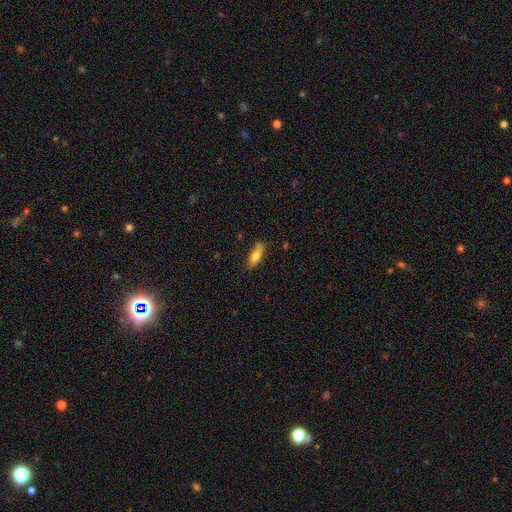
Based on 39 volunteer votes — Smooth or featured: smooth — 82% (featured or disk — 13%)
How rounded: in between — 72% (cigar-shaped — 25%)
Merging: none — 65% (minor disturbance — 22%)